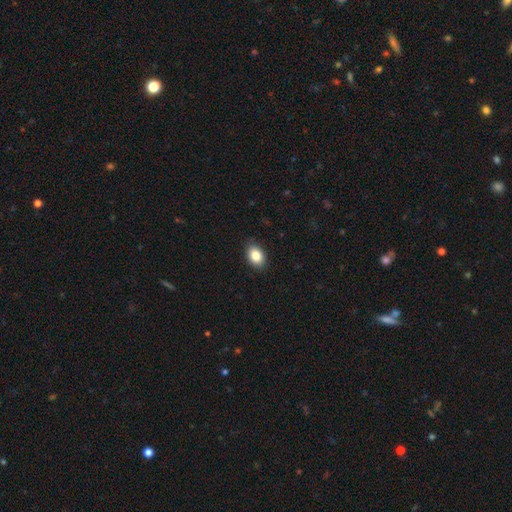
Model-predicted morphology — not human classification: This appears to be a smooth galaxy with no disk features (85%) that is in between round and cigar-shaped (80%). Merging: none (87%).